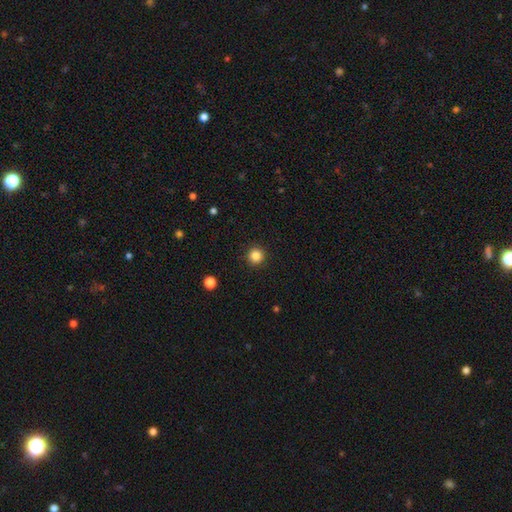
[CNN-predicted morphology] This is clearly a smooth galaxy (84%). How rounded: clearly round (96%). Merging: clearly none (93%).